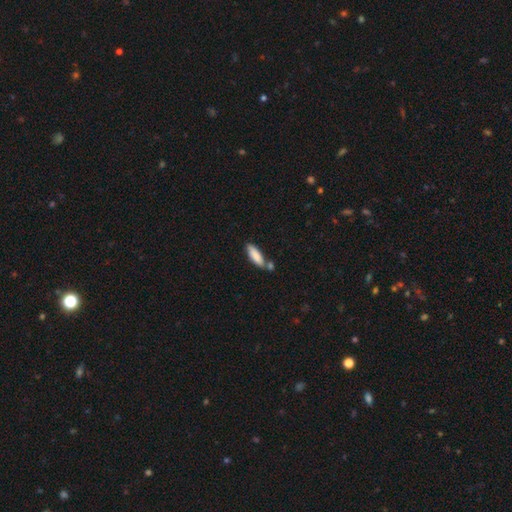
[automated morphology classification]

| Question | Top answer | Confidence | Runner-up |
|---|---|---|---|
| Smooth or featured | smooth | 83% | featured or disk (11%) |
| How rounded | in between | 52% | cigar-shaped (46%) |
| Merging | none | 56% | merger (23%) |